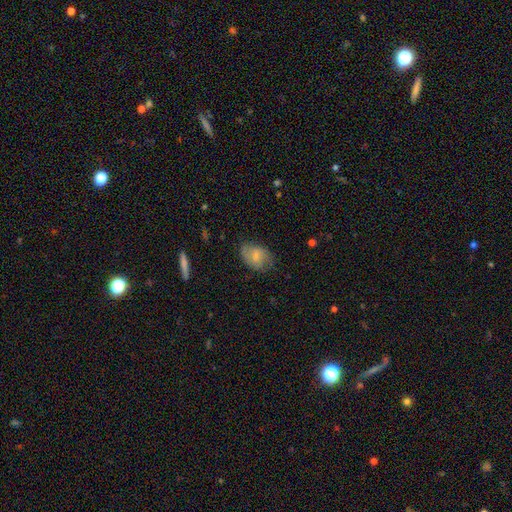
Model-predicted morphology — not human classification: A smooth galaxy with no disk features (67%) that is in between round and cigar-shaped (79%).

Vote fractions:
- Smooth or featured? smooth: 67% / featured or disk: 26% / star or artifact: 7%
- How rounded? in between: 79% / round: 19% / cigar-shaped: 1%
- Merging? none: 64% / minor disturbance: 26% / major disturbance: 8% / merger: 1%